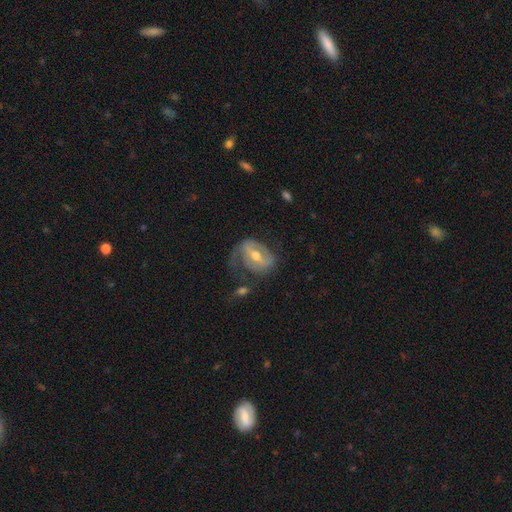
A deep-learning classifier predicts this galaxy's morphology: type=featured or disk (74%); edge-on=no (95%); bar=weak (40%, tied with strong); spiral arms=yes (78%); winding=medium (40%); arm count=2 (60%); bulge=moderate (70%); merging=none (46%).